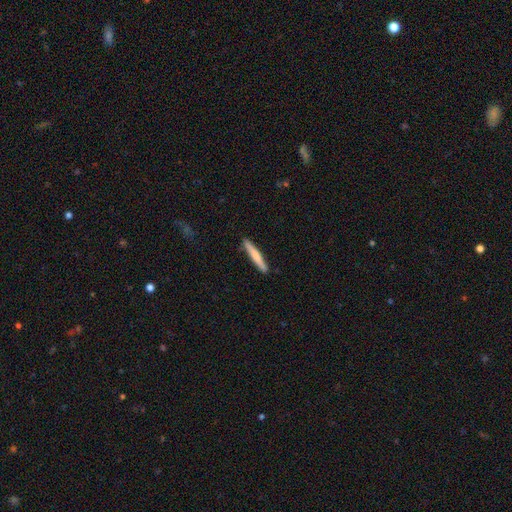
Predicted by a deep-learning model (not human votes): A smooth galaxy with no disk features (66%) that is cigar-shaped (95%). Merging: none (90%).